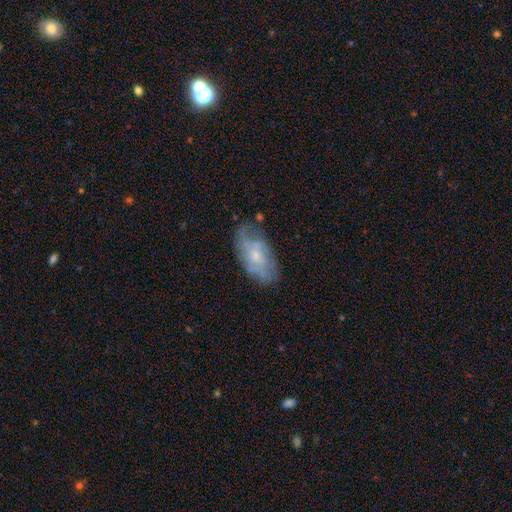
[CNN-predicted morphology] The model was most divided on "bulge size": small: 59%, moderate: 33%, none: 5%, large: 2%, dominant: 1%. More confident: edge-on disk — no (94%); spiral arms — yes (74%); bar — no (74%); merging — none (62%); smooth or featured — featured or disk (61%).